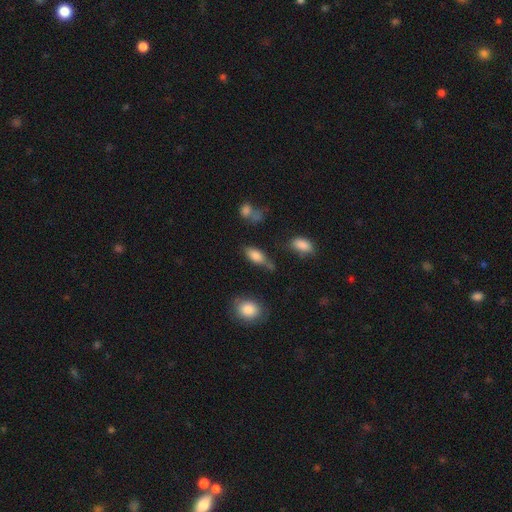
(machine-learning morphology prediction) smooth-or-featured: smooth: 79% | featured or disk: 12% | star or artifact: 9%
  how-rounded: in between: 85% | cigar-shaped: 11% | round: 4%
  merging: none: 53% | minor disturbance: 26% | merger: 11% | major disturbance: 10%